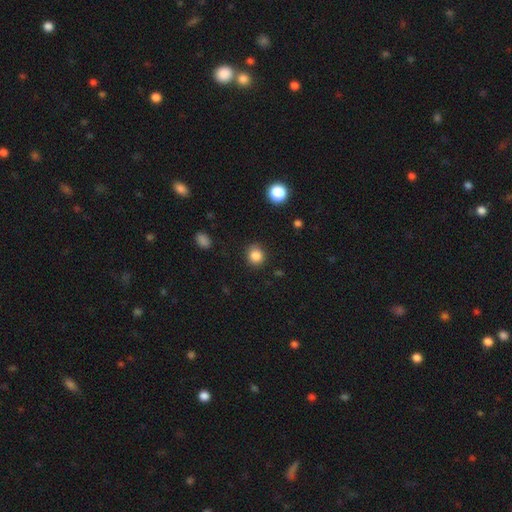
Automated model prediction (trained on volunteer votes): A smooth galaxy with no disk features (85%) that is round (84%). Merging: none (87%).